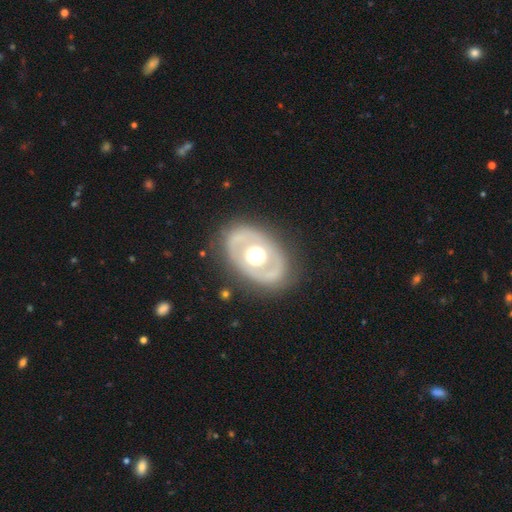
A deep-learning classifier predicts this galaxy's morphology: A featured or disk galaxy (62%) with no bar (89%), no spiral arms (86%) and a large central bulge (46%). Merging: none (79%).